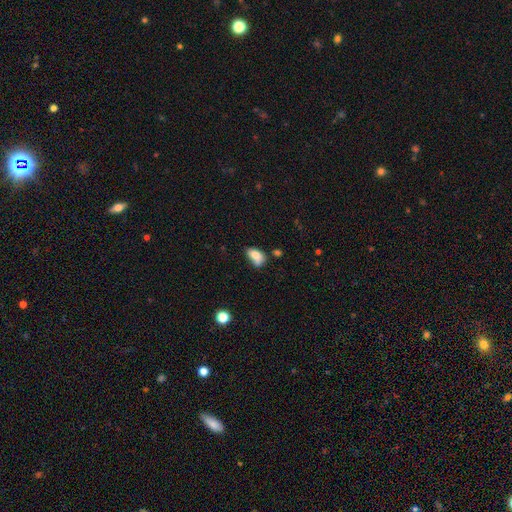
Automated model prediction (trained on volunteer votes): Overall: smooth (79%). How rounded: in between (88%). Merging: none (38%; minor disturbance 36%).